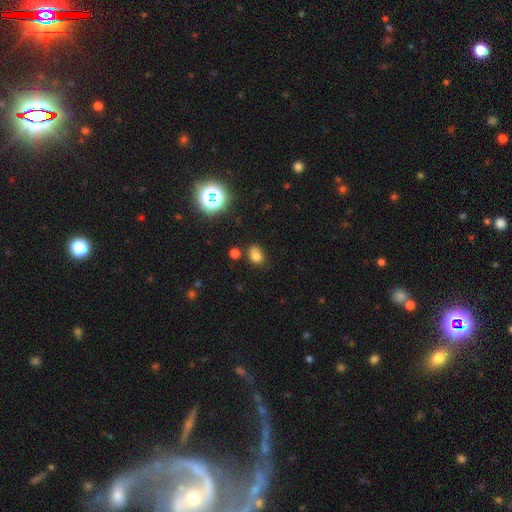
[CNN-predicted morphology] A smooth galaxy with no disk features (74%) that is in between round and cigar-shaped (64%). Merging: none (64%).